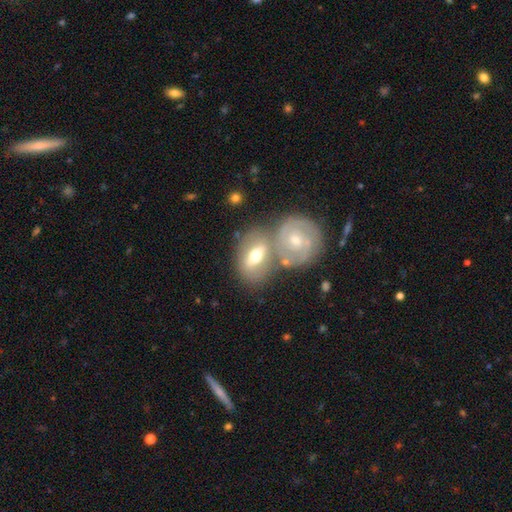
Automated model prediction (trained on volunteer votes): Morphology: type=featured or disk (55%); edge-on=no (88%); merging=none (44%).